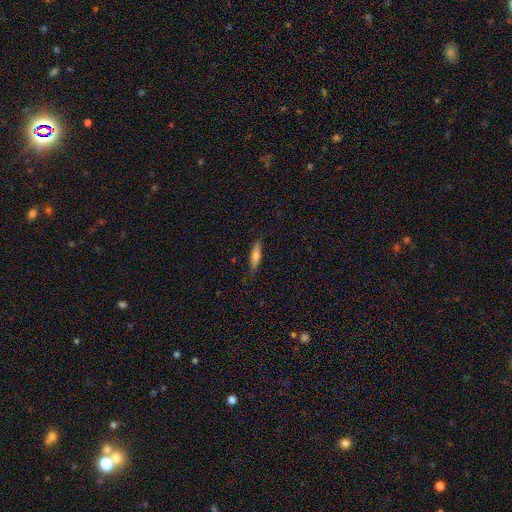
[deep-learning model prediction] smooth-or-featured: smooth: 65% | featured or disk: 29% | star or artifact: 6%
  how-rounded: cigar-shaped: 73% | in between: 25% | round: 2%
  merging: none: 79% | minor disturbance: 16% | major disturbance: 3% | merger: 1%